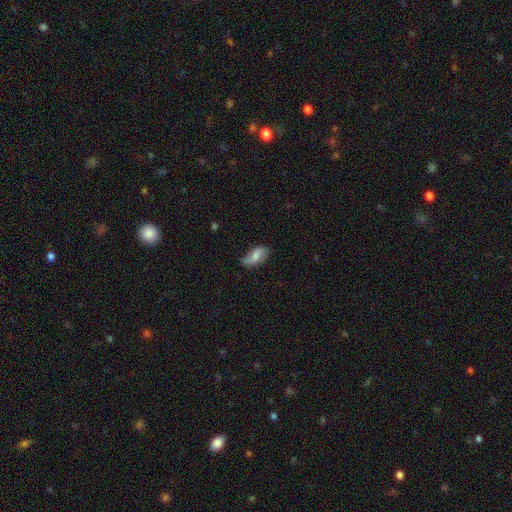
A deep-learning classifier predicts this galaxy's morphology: Smooth or featured? Predicted: smooth (p=0.58). How rounded? Predicted: in between (p=0.91). Merging? Predicted: none (p=0.59).